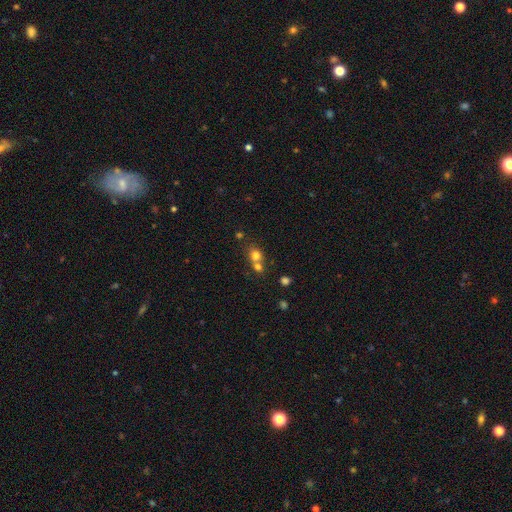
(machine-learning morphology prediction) The model was most divided on "merging": merger: 50%, none: 40%, minor disturbance: 7%, major disturbance: 3%. More confident: smooth or featured — smooth (75%); how rounded — round (73%).